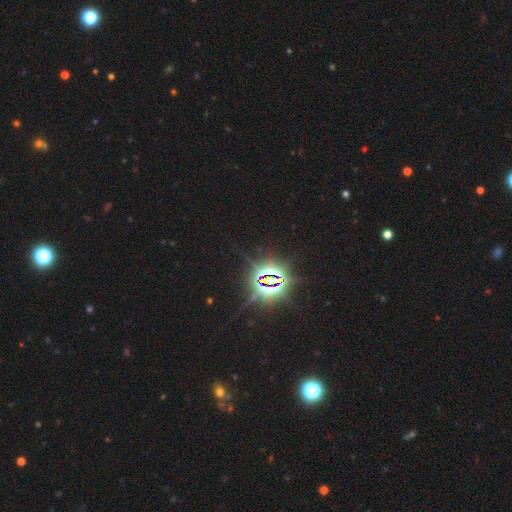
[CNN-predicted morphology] Smooth or featured: star or artifact — 85% (smooth — 9%)